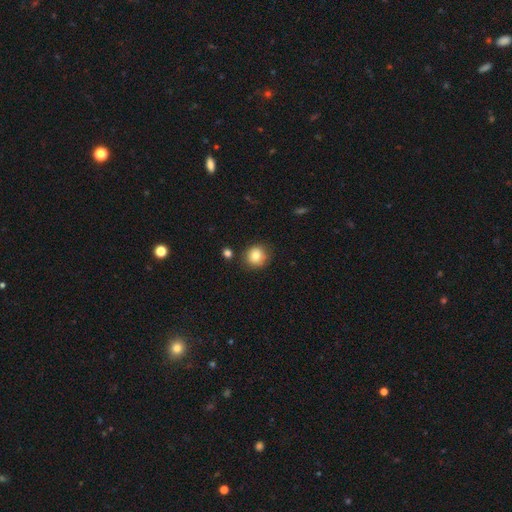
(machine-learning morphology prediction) This appears to be a smooth galaxy with no disk features (81%) that is round (90%). Merging: none (82%).